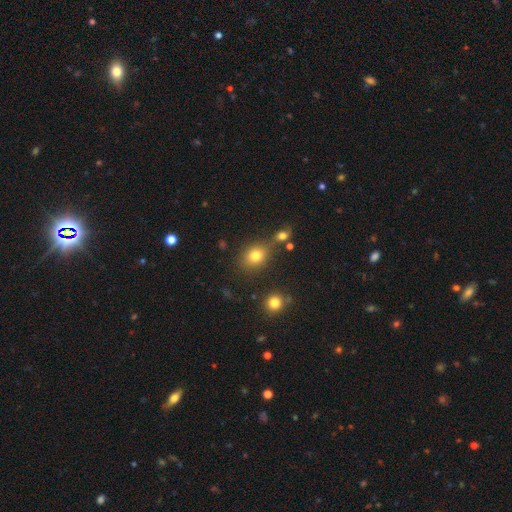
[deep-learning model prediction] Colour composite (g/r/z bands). It shows a smooth galaxy with no disk features (78%) that is round (56%). Merging: none (64%).